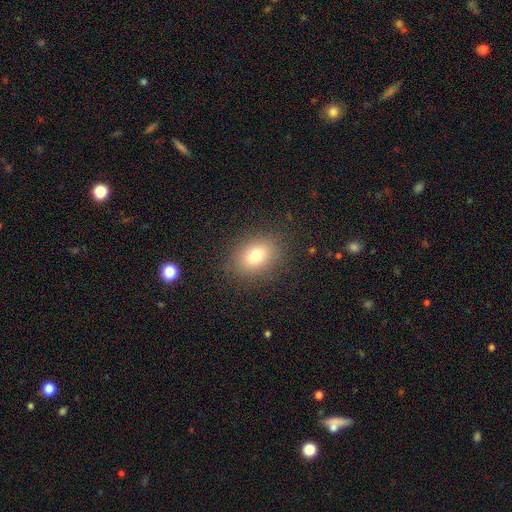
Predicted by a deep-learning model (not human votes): Smooth or featured? Predicted: smooth (p=0.77). How rounded? Predicted: in between (p=0.66). Merging? Predicted: none (p=0.87).